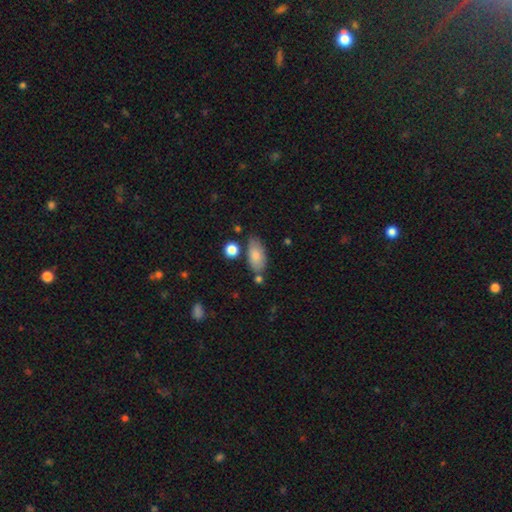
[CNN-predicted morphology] This is clearly a smooth galaxy (80%). How rounded: clearly in between (89%). Merging: likely none (69%).